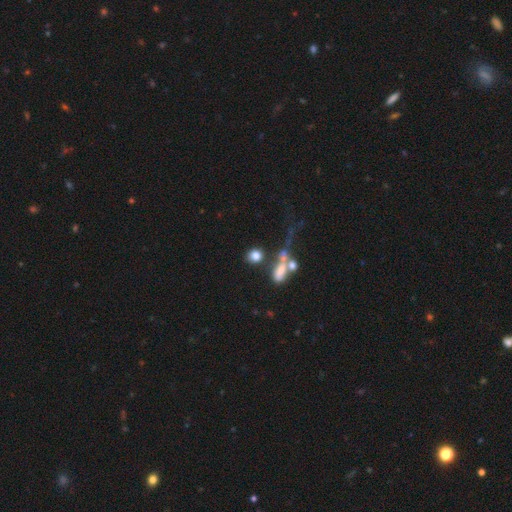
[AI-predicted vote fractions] smooth 76%, star or artifact 13%, featured or disk 11%. Down the decision tree: how rounded — round (61%); merging — none (54%).